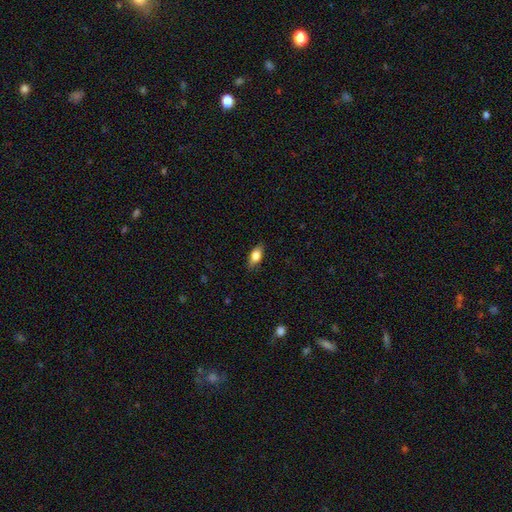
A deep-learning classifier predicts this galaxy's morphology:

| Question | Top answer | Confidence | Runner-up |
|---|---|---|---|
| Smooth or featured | smooth | 78% | featured or disk (14%) |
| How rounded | in between | 84% | cigar-shaped (11%) |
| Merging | none | 85% | minor disturbance (12%) |